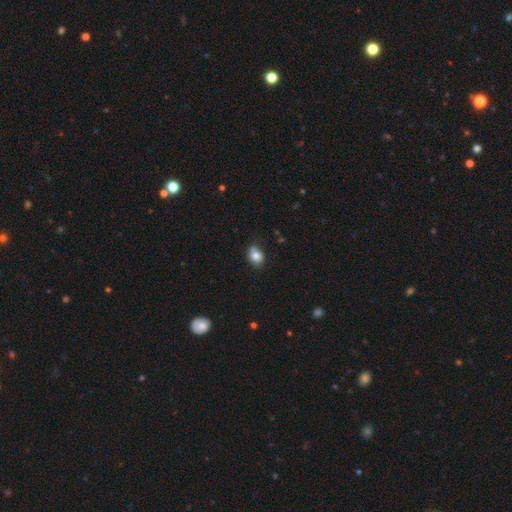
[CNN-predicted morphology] Smooth or featured: smooth — 80% (featured or disk — 10%)
How rounded: round — 52% (in between — 47%)
Merging: none — 61% (minor disturbance — 28%)